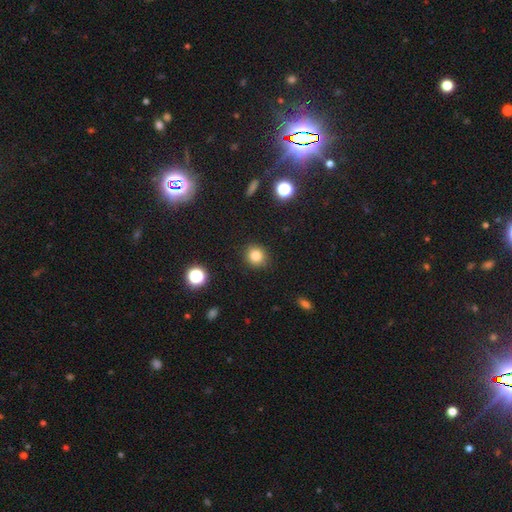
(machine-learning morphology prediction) The model was most divided on "smooth or featured": smooth: 82%, star or artifact: 12%, featured or disk: 5%. More confident: merging — none (89%); how rounded — round (85%).